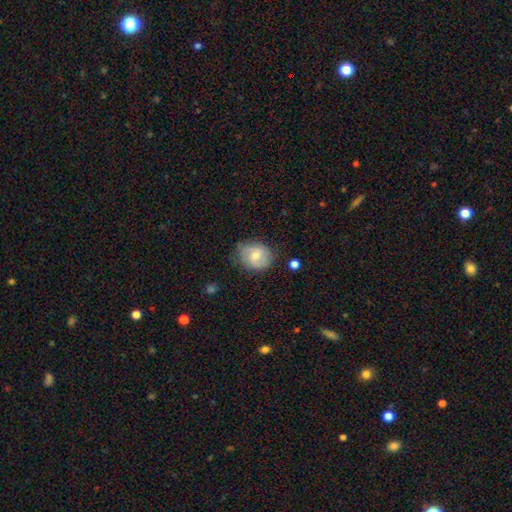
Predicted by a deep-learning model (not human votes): Morphology: type=smooth (50%); roundness=round (56%); merging=none (71%).